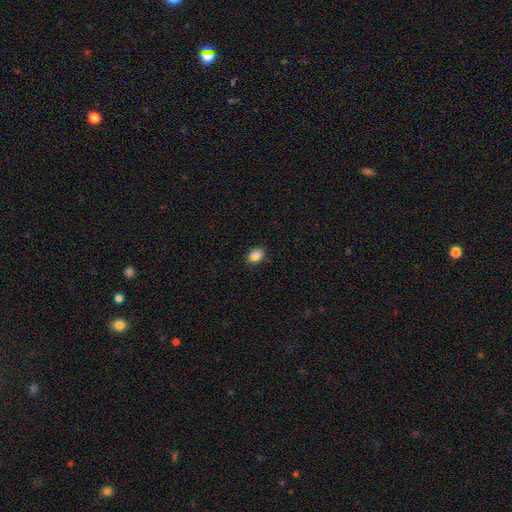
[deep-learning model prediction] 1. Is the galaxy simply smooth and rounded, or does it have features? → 79% smooth, 17% star or artifact, 5% featured or disk.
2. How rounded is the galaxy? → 62% in between, 36% round, 2% cigar-shaped.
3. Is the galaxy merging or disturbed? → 85% none, 11% minor disturbance, 3% major disturbance, 1% merger.